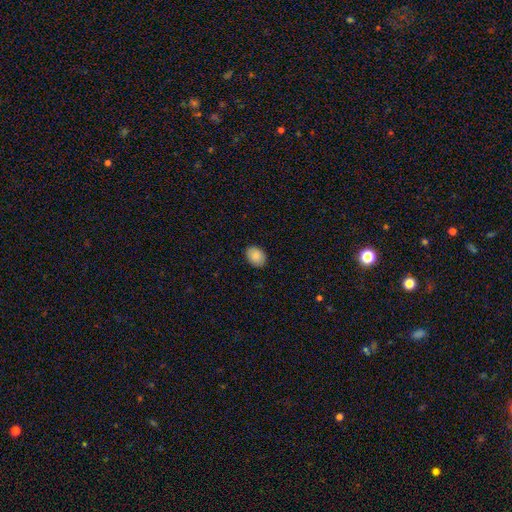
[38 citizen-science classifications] Morphology: type=smooth (87%); roundness=in between (70%); merging=none (79%).